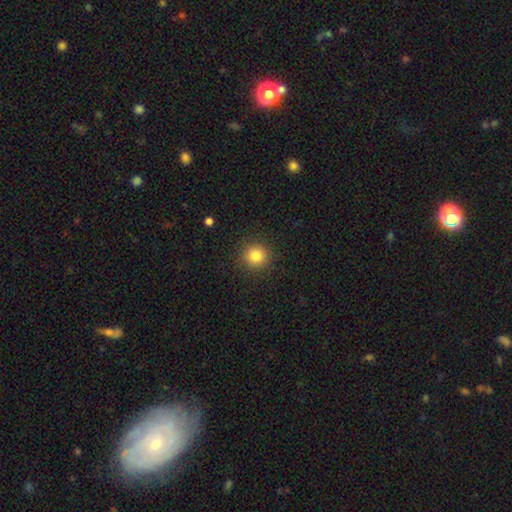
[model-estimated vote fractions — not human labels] Overall: smooth (83%). How rounded: round (94%). Merging: none (91%).